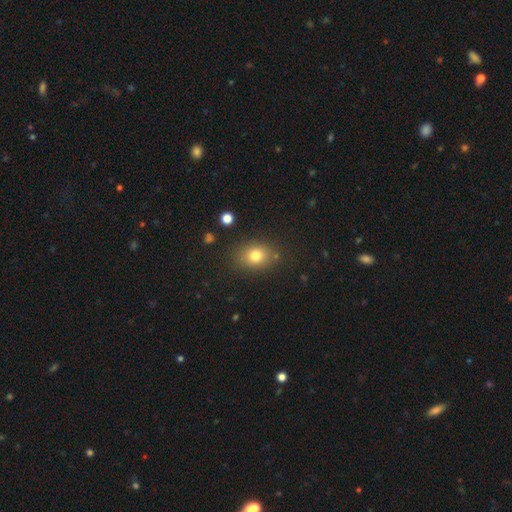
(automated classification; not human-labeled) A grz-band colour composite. It shows a smooth galaxy with no disk features (78%) that is in between round and cigar-shaped (57%). Merging: none (81%).